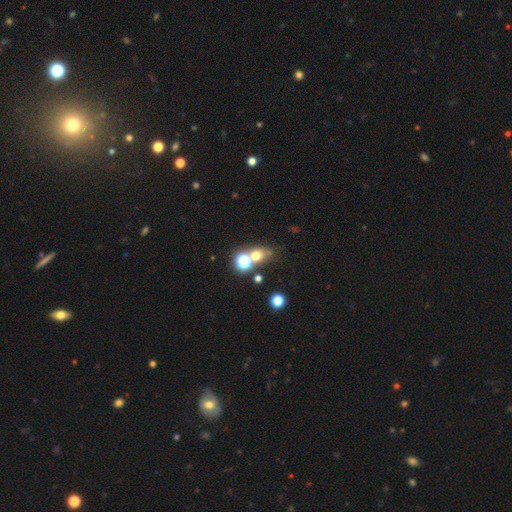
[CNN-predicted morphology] type=smooth (57%); roundness=round (64%); merging=none (50%).